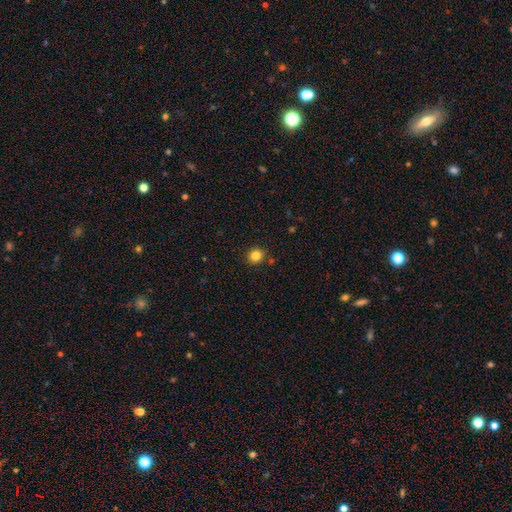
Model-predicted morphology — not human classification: Smooth or featured? smooth (83%)
How rounded? round (87%)
Merging? none (88%)